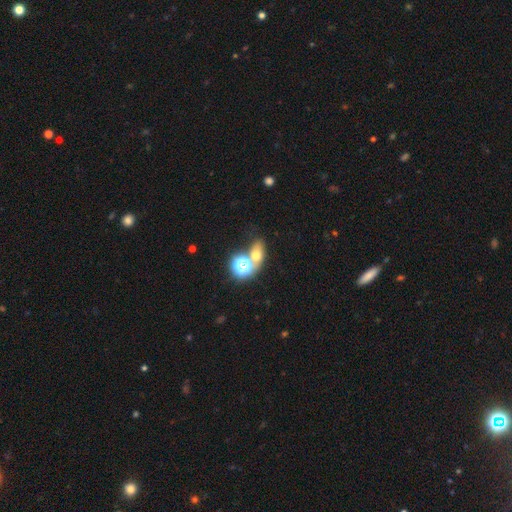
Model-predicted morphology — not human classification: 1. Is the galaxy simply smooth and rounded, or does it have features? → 57% smooth, 27% star or artifact, 16% featured or disk.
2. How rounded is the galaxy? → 56% in between, 40% round, 4% cigar-shaped.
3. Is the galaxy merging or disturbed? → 49% none, 34% merger, 11% minor disturbance, 7% major disturbance.